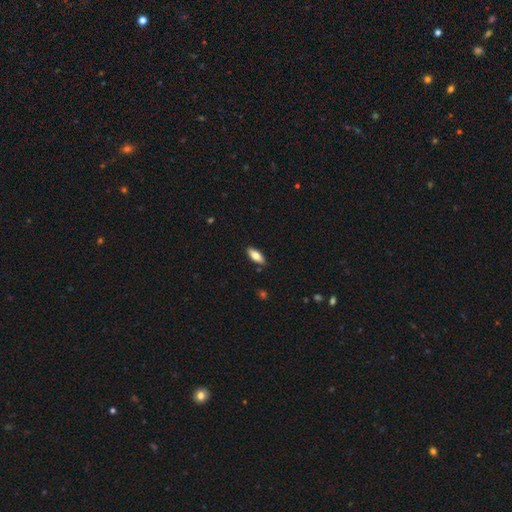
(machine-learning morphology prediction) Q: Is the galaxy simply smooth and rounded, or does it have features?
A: smooth — 72%.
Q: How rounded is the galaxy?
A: in between — 74%.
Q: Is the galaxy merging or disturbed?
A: none — 88%.